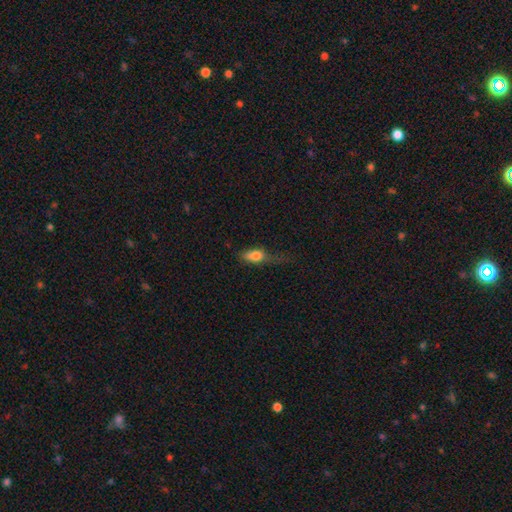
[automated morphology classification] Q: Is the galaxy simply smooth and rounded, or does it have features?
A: smooth — 74%.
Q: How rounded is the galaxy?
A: in between — 72%.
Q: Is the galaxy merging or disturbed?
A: minor disturbance — 34%.